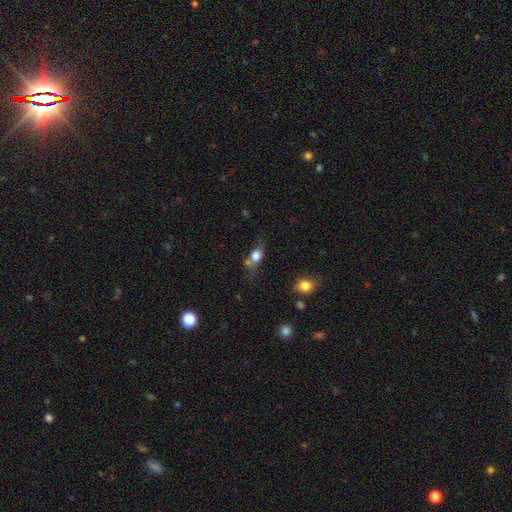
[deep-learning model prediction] A smooth galaxy with no disk features (72%) that is in between round and cigar-shaped (61%).

Vote fractions:
- Smooth or featured? smooth: 72% / featured or disk: 18% / star or artifact: 10%
- How rounded? in between: 61% / round: 30% / cigar-shaped: 9%
- Merging? none: 44% / minor disturbance: 23% / merger: 20% / major disturbance: 13%